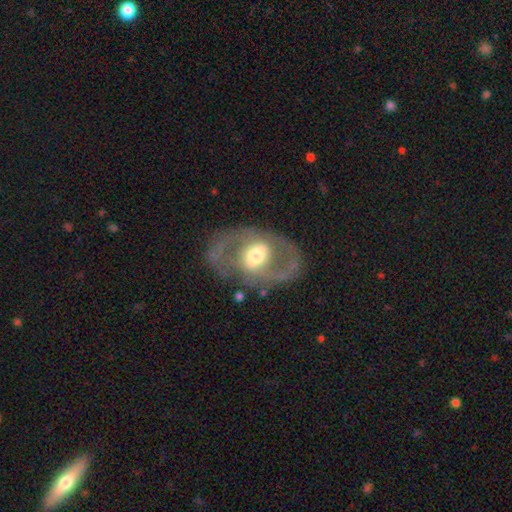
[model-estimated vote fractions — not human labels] featured or disk 73%, smooth 21%, star or artifact 6%. Down the decision tree: edge-on disk — no (93%); bar — weak (37%); spiral arms — yes (52%); bulge size — moderate (58%); merging — none (71%).